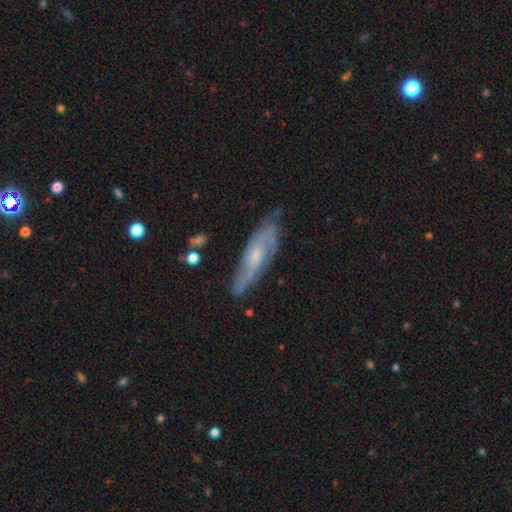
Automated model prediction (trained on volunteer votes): This appears to be a featured or disk galaxy (73%) with no bar (60%), spiral arms (89%) and a small central bulge (56%). Merging: none (68%).